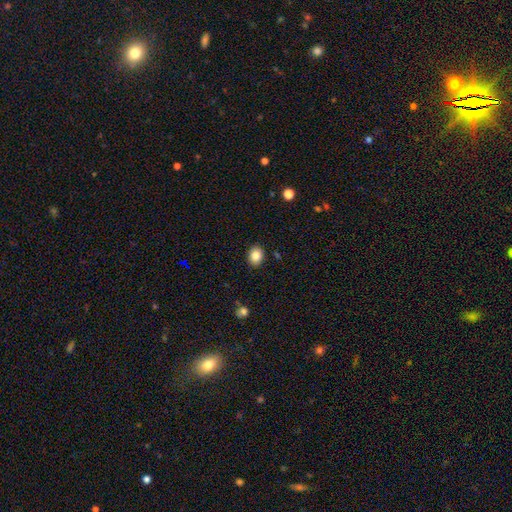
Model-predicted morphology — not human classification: smooth_or_featured: smooth (p=0.84) [alt: star or artifact p=0.09]
how_rounded: in between (p=0.54) [alt: round p=0.45]
merging: none (p=0.89) [alt: minor disturbance p=0.07]